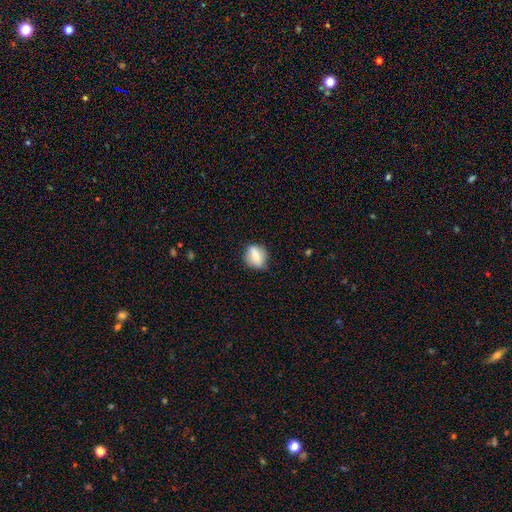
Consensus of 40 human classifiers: Morphology: type=smooth (50%); roundness=round (50%); merging=none (87%).